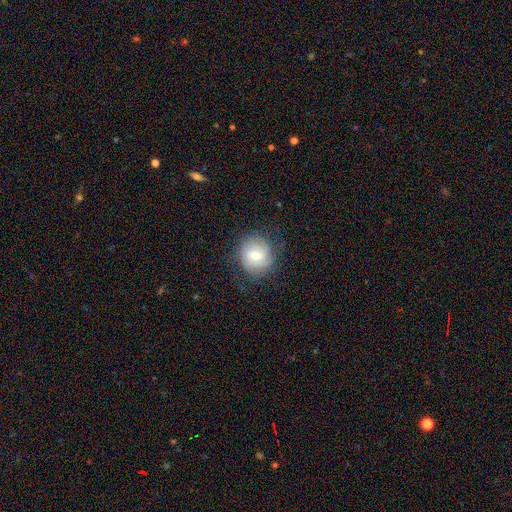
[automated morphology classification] Smooth or featured? featured or disk (50%)
Edge-on disk? no (97%)
Merging? none (76%)